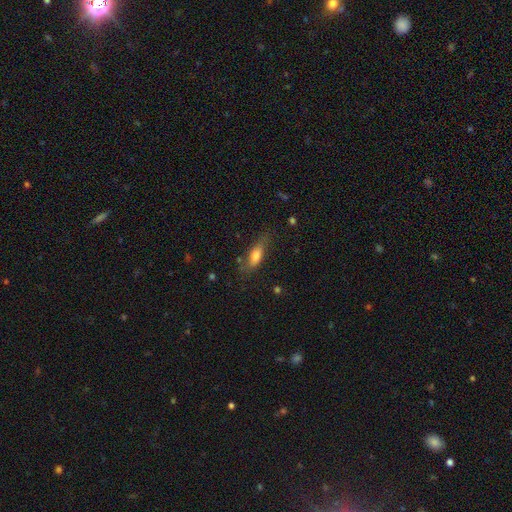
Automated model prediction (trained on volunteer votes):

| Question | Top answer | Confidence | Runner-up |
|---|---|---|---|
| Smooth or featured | smooth | 73% | featured or disk (19%) |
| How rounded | in between | 62% | cigar-shaped (35%) |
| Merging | none | 65% | minor disturbance (24%) |